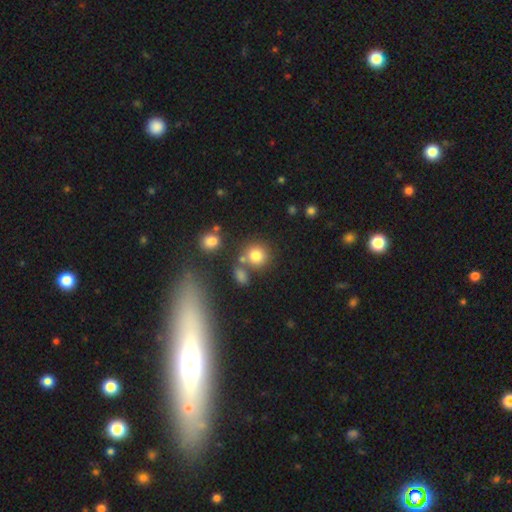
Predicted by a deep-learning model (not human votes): smooth_or_featured: smooth (p=0.78) [alt: star or artifact p=0.14]
how_rounded: round (p=0.86) [alt: in between p=0.12]
merging: none (p=0.66) [alt: merger p=0.18]